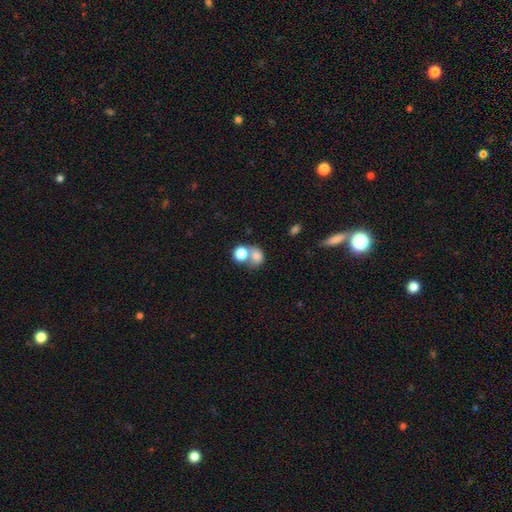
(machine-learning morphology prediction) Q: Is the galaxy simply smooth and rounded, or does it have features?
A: smooth — 77%.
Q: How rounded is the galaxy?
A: round — 58%.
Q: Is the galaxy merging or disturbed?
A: merger — 60%.